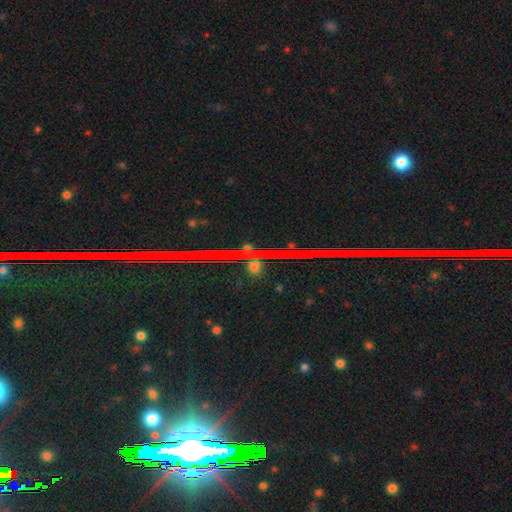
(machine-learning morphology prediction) Smooth or featured? star or artifact (86%)